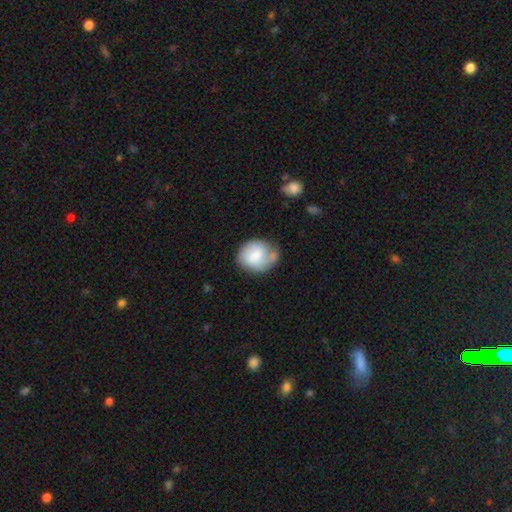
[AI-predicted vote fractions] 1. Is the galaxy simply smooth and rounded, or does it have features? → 70% smooth, 24% featured or disk, 7% star or artifact.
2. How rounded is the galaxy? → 66% round, 34% in between, 1% cigar-shaped.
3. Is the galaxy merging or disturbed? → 48% none, 29% minor disturbance, 13% merger, 10% major disturbance.